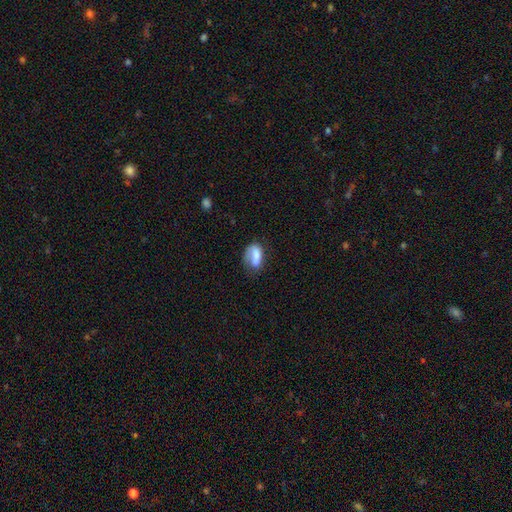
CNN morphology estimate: This is likely a smooth galaxy (70%). How rounded: clearly in between (81%). Merging: possibly none (47%).